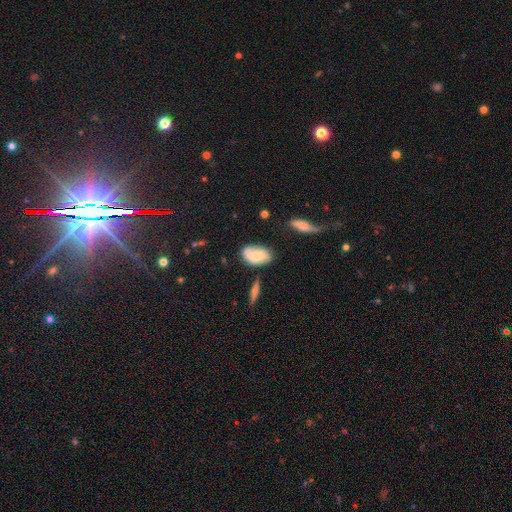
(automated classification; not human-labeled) Smooth or featured? smooth (61%)
How rounded? in between (89%)
Merging? none (63%)